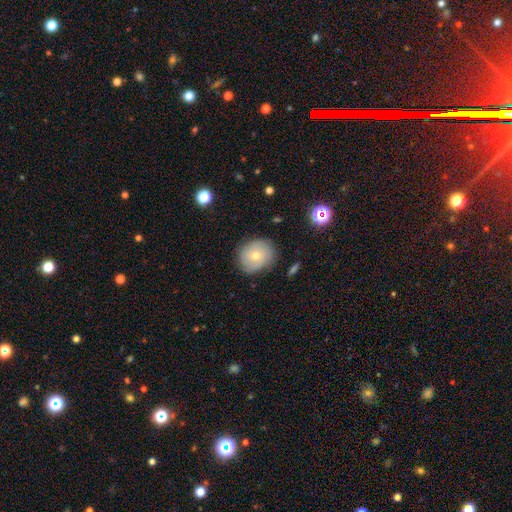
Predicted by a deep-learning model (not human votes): Smooth or featured: smooth — 57% (featured or disk — 33%)
How rounded: round — 72% (in between — 27%)
Merging: none — 78% (minor disturbance — 16%)